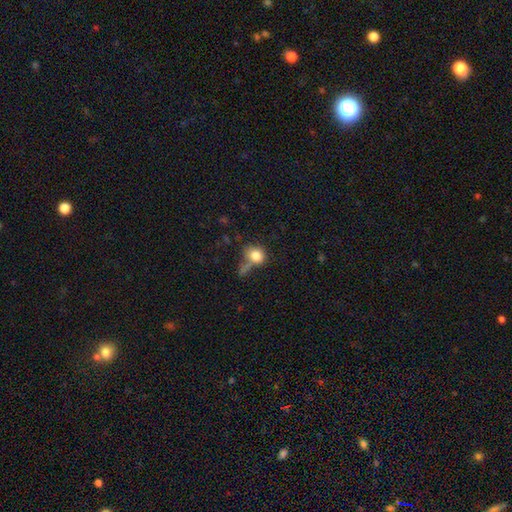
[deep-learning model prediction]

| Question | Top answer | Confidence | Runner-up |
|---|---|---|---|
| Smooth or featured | smooth | 80% | featured or disk (10%) |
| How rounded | round | 64% | in between (35%) |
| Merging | none | 40% | merger (23%) |